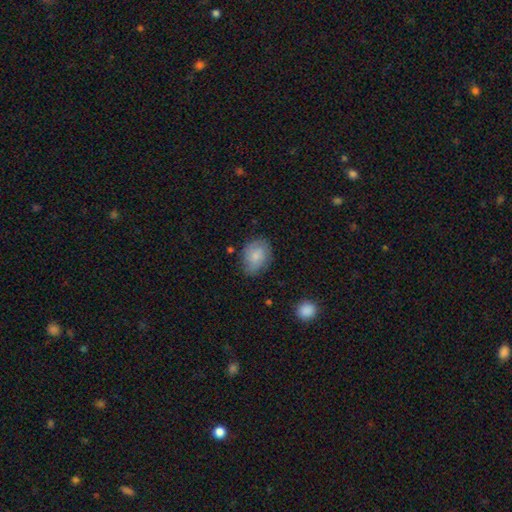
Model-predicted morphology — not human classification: This appears to be a smooth galaxy with no disk features (69%) that is in between round and cigar-shaped (61%). Merging: none (71%).